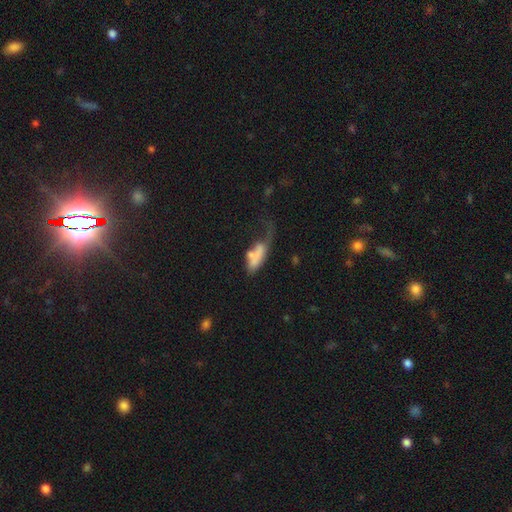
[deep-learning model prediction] smooth-or-featured: smooth: 62% | featured or disk: 28% | star or artifact: 10%
  how-rounded: in between: 75% | cigar-shaped: 21% | round: 4%
  merging: major disturbance: 46% | merger: 21% | minor disturbance: 17% | none: 16%